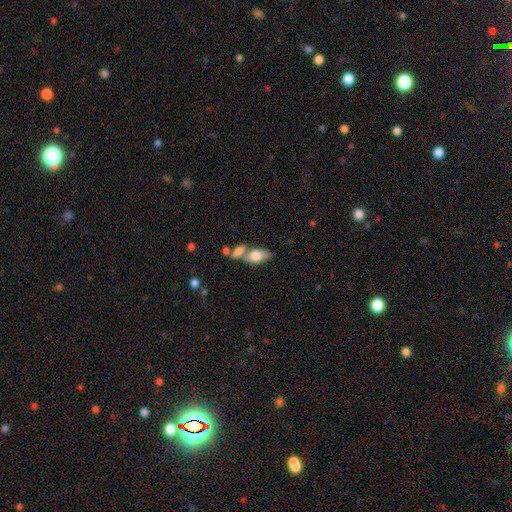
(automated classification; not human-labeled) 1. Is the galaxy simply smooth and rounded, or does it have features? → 66% smooth, 27% featured or disk, 7% star or artifact.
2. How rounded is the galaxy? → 84% in between, 8% round, 7% cigar-shaped.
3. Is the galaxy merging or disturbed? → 51% merger, 30% none, 12% minor disturbance, 7% major disturbance.